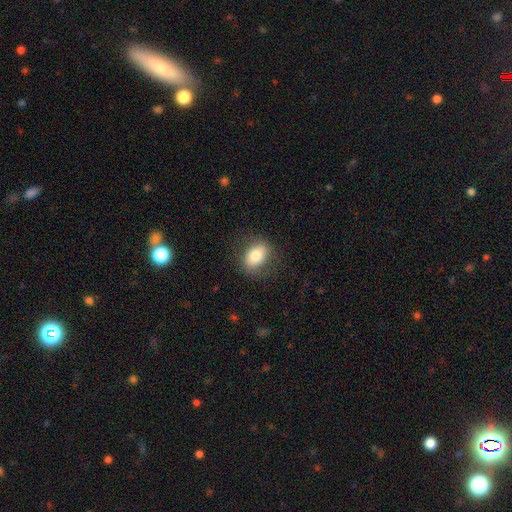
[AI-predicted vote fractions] A smooth galaxy with no disk features (76%) that is in between round and cigar-shaped (76%).

Vote fractions:
- Smooth or featured? smooth: 76% / featured or disk: 16% / star or artifact: 8%
- How rounded? in between: 76% / round: 22% / cigar-shaped: 2%
- Merging? none: 80% / minor disturbance: 13% / major disturbance: 5% / merger: 1%